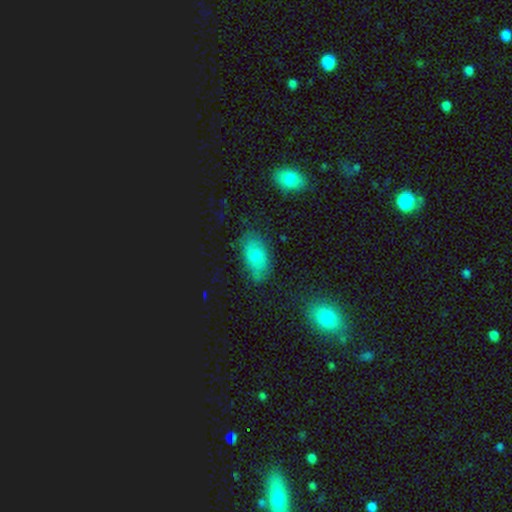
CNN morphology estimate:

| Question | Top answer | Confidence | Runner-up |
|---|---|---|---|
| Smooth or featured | smooth | 61% | featured or disk (28%) |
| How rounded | in between | 91% | round (6%) |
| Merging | none | 69% | minor disturbance (23%) |